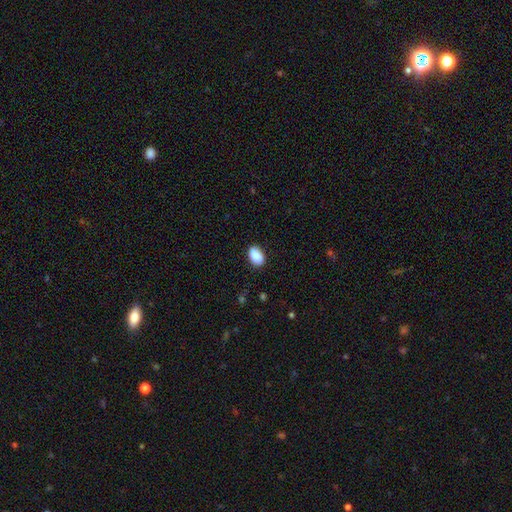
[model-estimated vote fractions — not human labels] Morphology: type=smooth (88%); roundness=in between (87%); merging=none (83%).